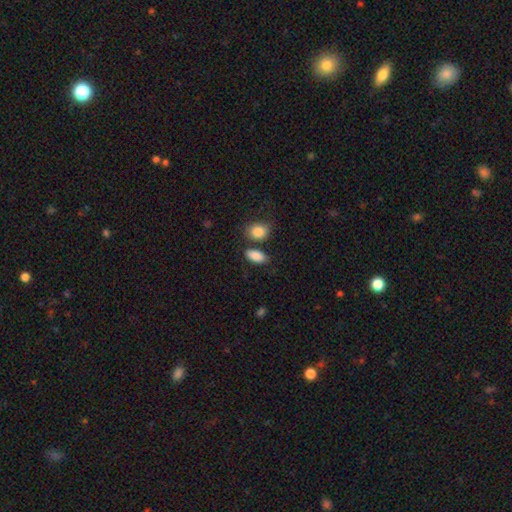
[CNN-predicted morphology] This appears to be a smooth galaxy with no disk features (88%) that is in between round and cigar-shaped (90%). Merging: none (69%).